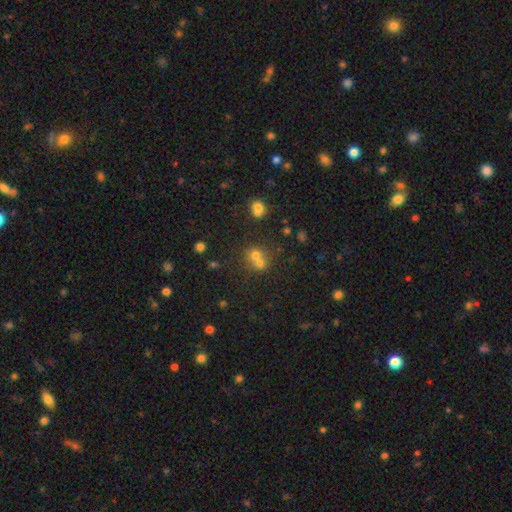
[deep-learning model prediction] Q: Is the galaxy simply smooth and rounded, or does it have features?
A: smooth — 65%.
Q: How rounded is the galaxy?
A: round — 81%.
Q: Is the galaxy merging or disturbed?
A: merger — 54%.